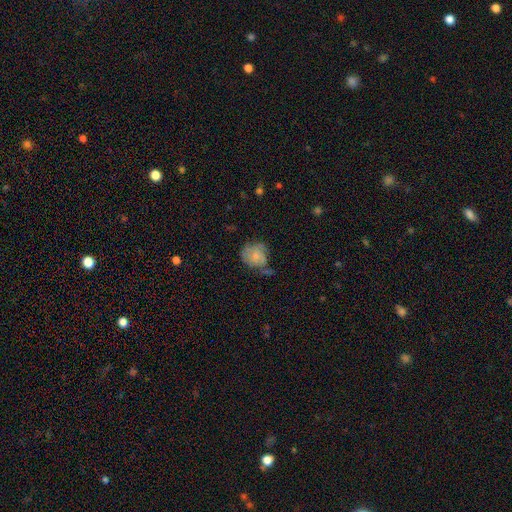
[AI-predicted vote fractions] This is likely a smooth galaxy (60%). How rounded: likely round (70%). Merging: marginally none (40%).